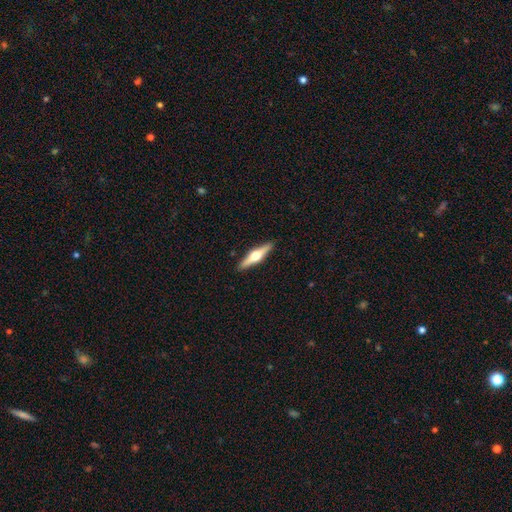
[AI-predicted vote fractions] Overall: featured or disk (72%). Edge-on disk: yes (98%). Edge-on bulge: rounded (96%). Merging: none (91%).